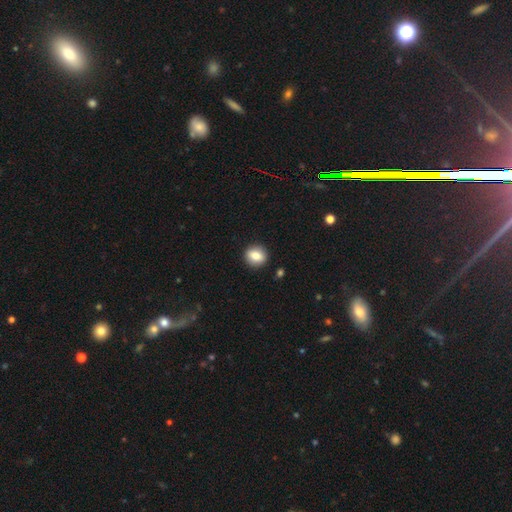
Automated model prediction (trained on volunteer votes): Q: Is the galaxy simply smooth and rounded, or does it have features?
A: smooth — 80%.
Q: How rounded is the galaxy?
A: round — 80%.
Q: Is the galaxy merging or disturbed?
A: none — 91%.